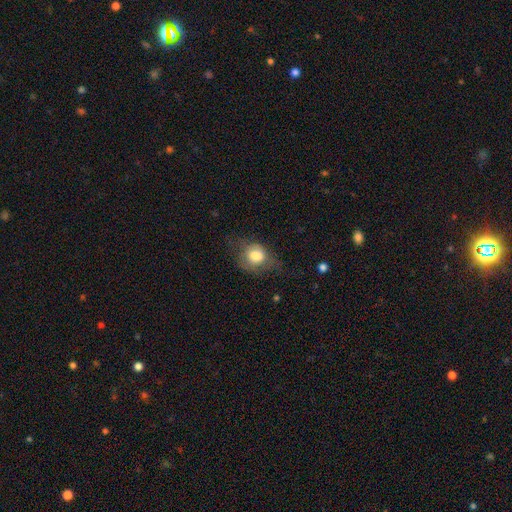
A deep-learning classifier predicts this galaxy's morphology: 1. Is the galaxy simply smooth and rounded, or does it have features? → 74% smooth, 17% featured or disk, 9% star or artifact.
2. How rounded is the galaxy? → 56% round, 43% in between, 1% cigar-shaped.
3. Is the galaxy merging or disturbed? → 43% none, 31% minor disturbance, 24% major disturbance, 2% merger.